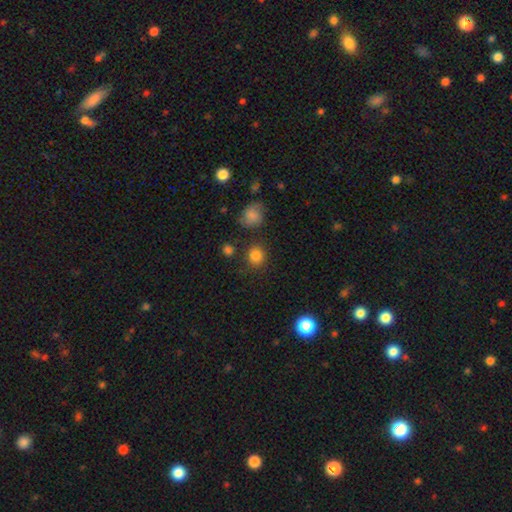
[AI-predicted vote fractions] Morphology: type=smooth (84%); roundness=round (84%); merging=none (81%).